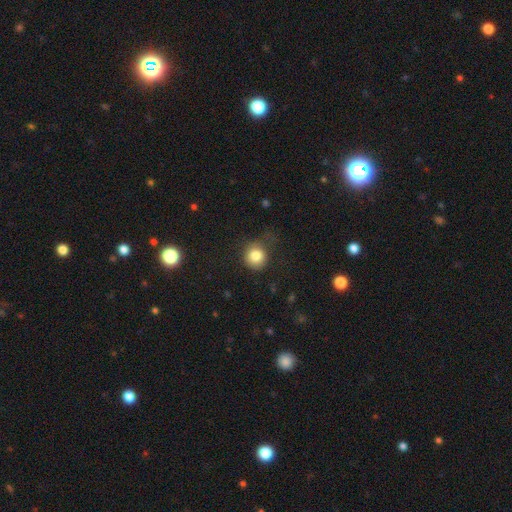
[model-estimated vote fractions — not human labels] Overall: smooth (83%). How rounded: round (90%). Merging: none (68%).